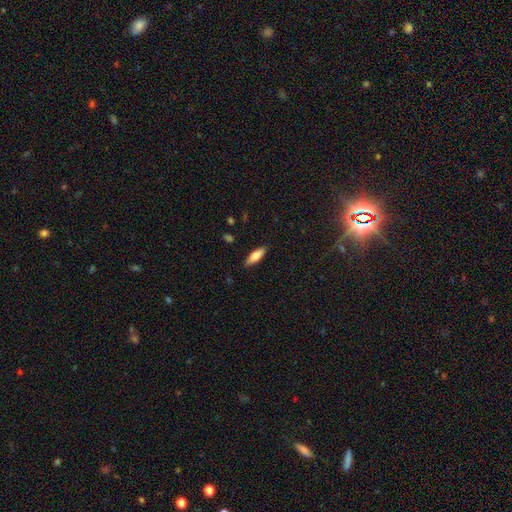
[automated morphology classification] Smooth or featured? Predicted: smooth (p=0.71). How rounded? Predicted: in between (p=0.55). Merging? Predicted: none (p=0.86).